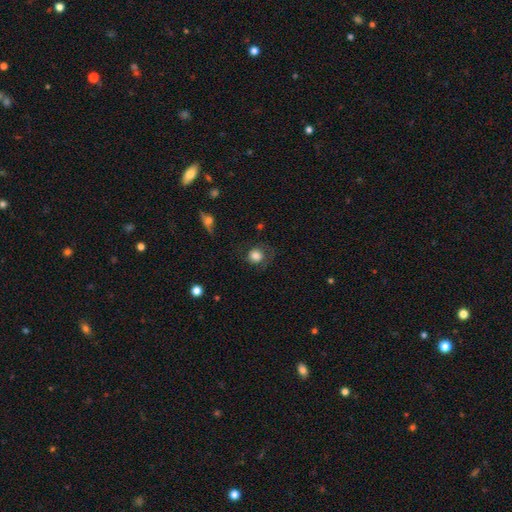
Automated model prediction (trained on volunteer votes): Morphology: type=smooth (78%); roundness=round (84%); merging=none (64%).